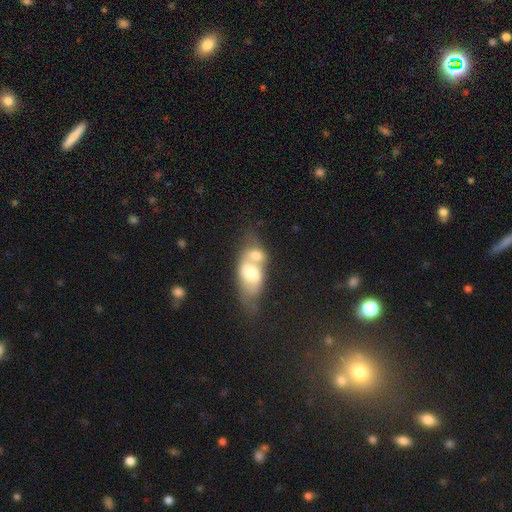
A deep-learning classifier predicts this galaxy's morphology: smooth-or-featured: smooth: 60% | featured or disk: 33% | star or artifact: 7%
  how-rounded: in between: 81% | round: 15% | cigar-shaped: 5%
  merging: merger: 76% | none: 10% | major disturbance: 7% | minor disturbance: 6%